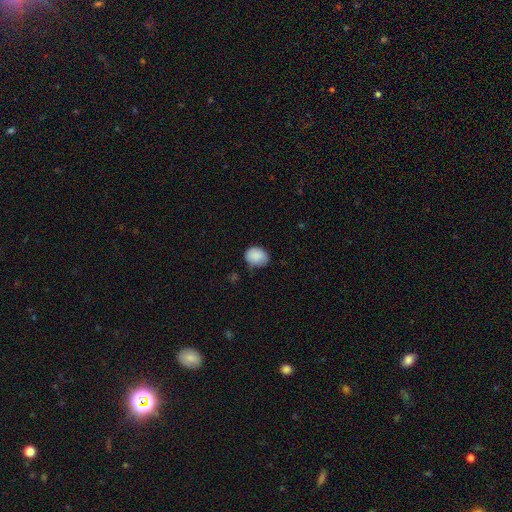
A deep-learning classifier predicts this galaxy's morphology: Overall: smooth (88%). How rounded: round (52%; in between 48%). Merging: none (65%; minor disturbance 28%).